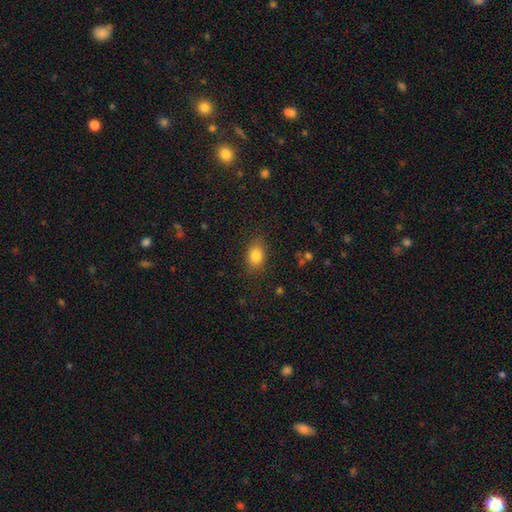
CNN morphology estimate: Smooth or featured?
  - smooth: 82% *
  - star or artifact: 10%
  - featured or disk: 8%
How rounded?
  - in between: 73% *
  - round: 24%
  - cigar-shaped: 2%
Merging?
  - none: 83% *
  - minor disturbance: 13%
  - major disturbance: 3%
  - merger: 1%